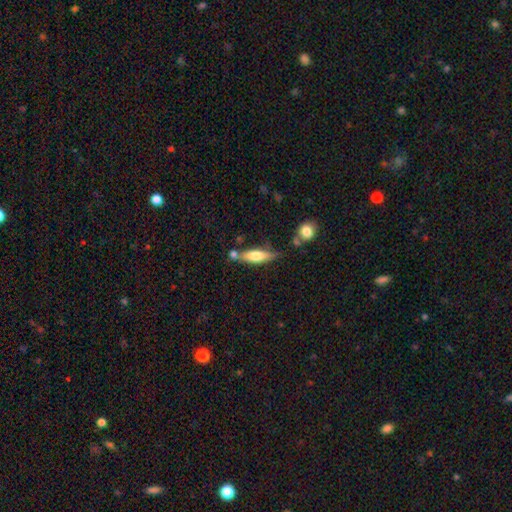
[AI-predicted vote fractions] This is possibly a smooth galaxy (60%). How rounded: possibly cigar-shaped (58%). Merging: likely none (61%).